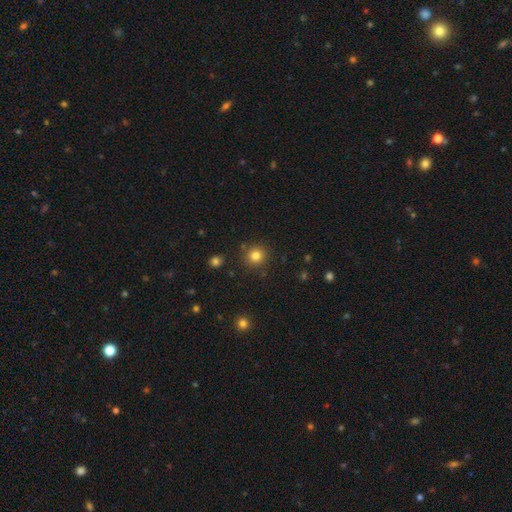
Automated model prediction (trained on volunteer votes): A smooth galaxy with no disk features (82%) that is round (91%). Merging: none (87%).